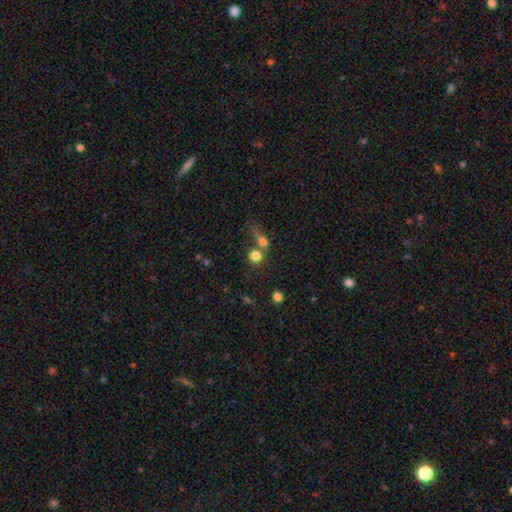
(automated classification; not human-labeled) Smooth or featured? smooth (80%)
How rounded? round (85%)
Merging? none (46%)